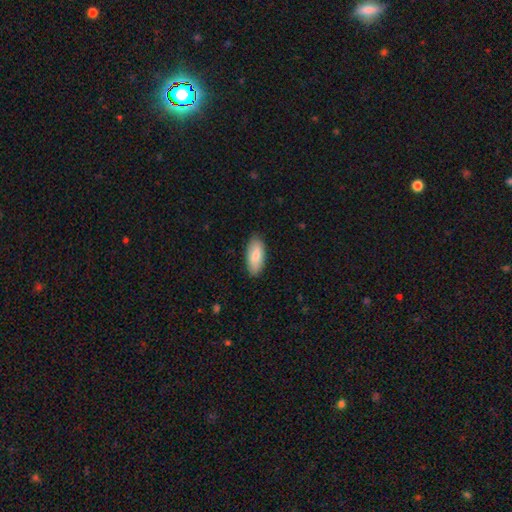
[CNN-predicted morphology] Smooth or featured?
  - smooth: 82% *
  - featured or disk: 12%
  - star or artifact: 5%
How rounded?
  - in between: 87% *
  - cigar-shaped: 11%
  - round: 2%
Merging?
  - none: 87% *
  - minor disturbance: 10%
  - major disturbance: 2%
  - merger: 1%